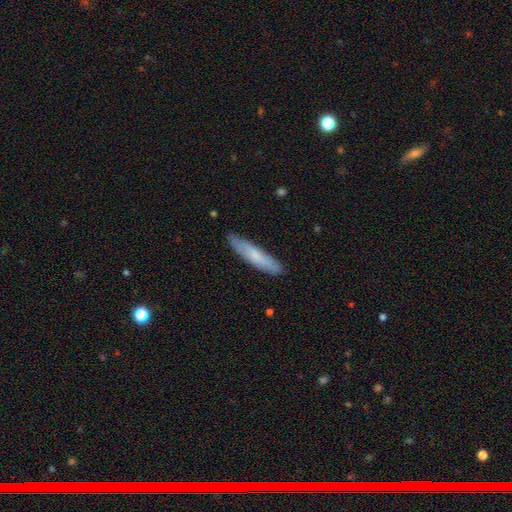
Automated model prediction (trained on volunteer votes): smooth-or-featured: smooth: 66% | featured or disk: 28% | star or artifact: 6%
  how-rounded: cigar-shaped: 87% | in between: 12% | round: 1%
  merging: none: 87% | minor disturbance: 11% | major disturbance: 2% | merger: 1%